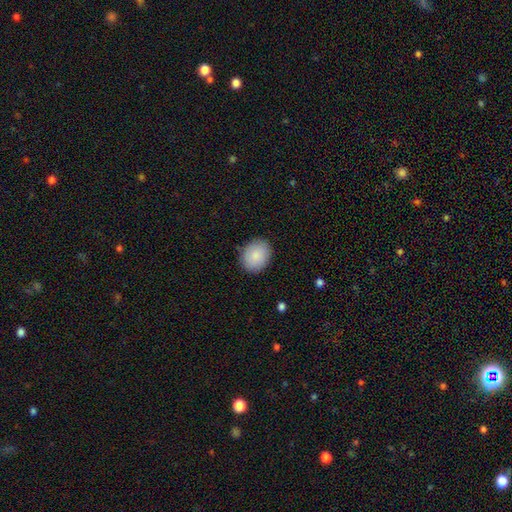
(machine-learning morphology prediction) Smooth or featured? smooth (86%)
How rounded? in between (52%)
Merging? none (87%)